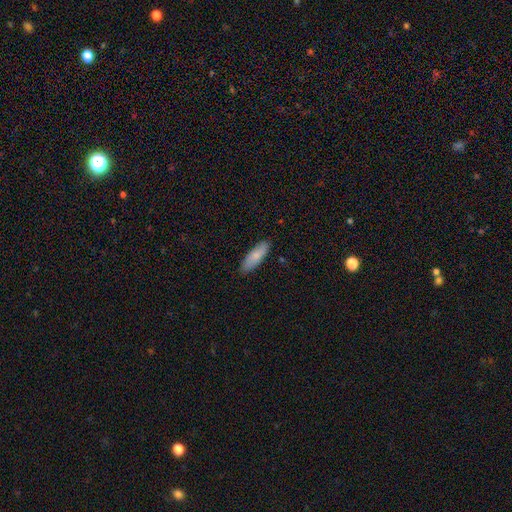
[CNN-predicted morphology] Smooth or featured? smooth (82%)
How rounded? in between (51%)
Merging? none (87%)